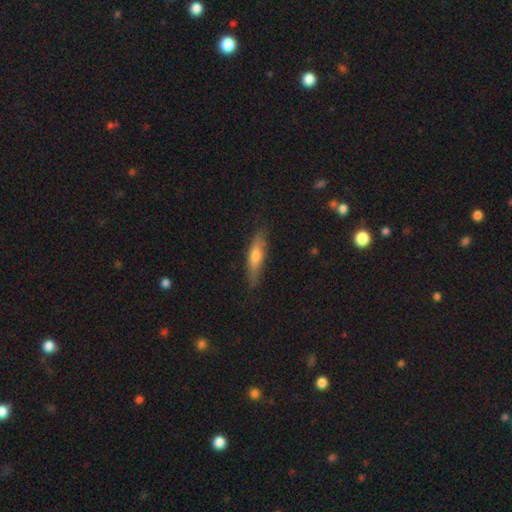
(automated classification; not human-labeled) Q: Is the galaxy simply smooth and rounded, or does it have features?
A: smooth — 56%.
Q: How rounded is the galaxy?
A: cigar-shaped — 74%.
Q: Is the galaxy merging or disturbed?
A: none — 81%.